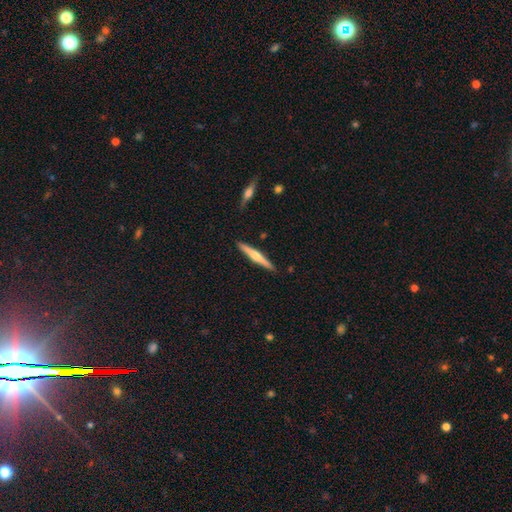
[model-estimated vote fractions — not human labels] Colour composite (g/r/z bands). It shows a featured or disk galaxy (57%) viewed edge-on (98%) with a rounded central bulge (81%). Merging: none (90%).